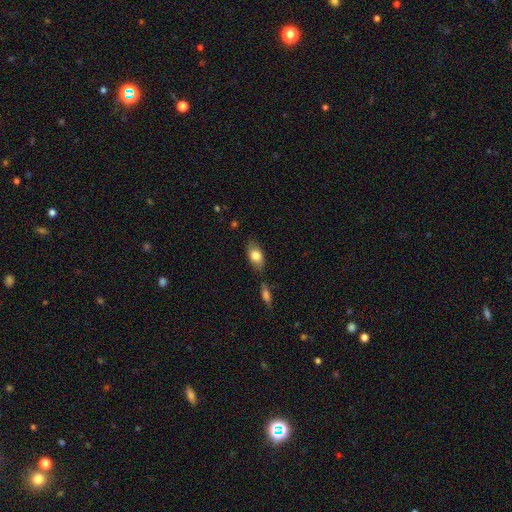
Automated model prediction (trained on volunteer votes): Smooth or featured? Predicted: smooth (p=0.79). How rounded? Predicted: in between (p=0.89). Merging? Predicted: none (p=0.72).